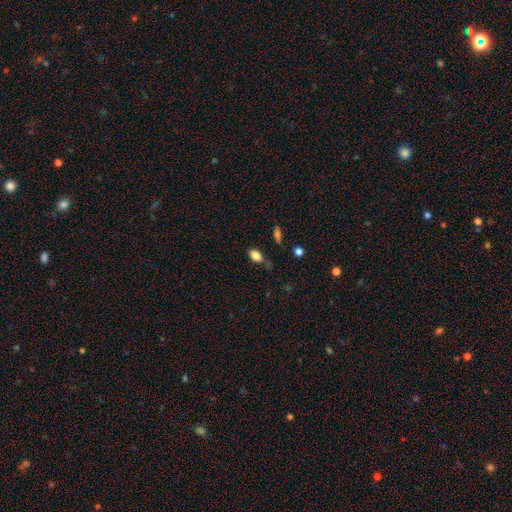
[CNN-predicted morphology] Q: Smooth or featured?
A: smooth (83%); runner-up: star or artifact (9%)
Q: How rounded?
A: in between (87%); runner-up: round (9%)
Q: Merging?
A: none (70%); runner-up: minor disturbance (20%)